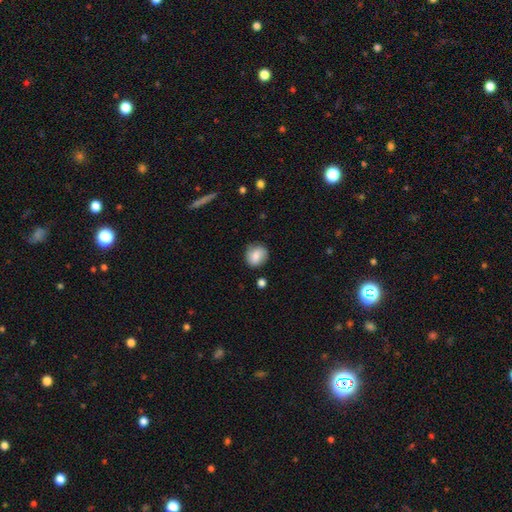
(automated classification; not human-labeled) Smooth or featured? smooth (76%)
How rounded? round (74%)
Merging? none (76%)